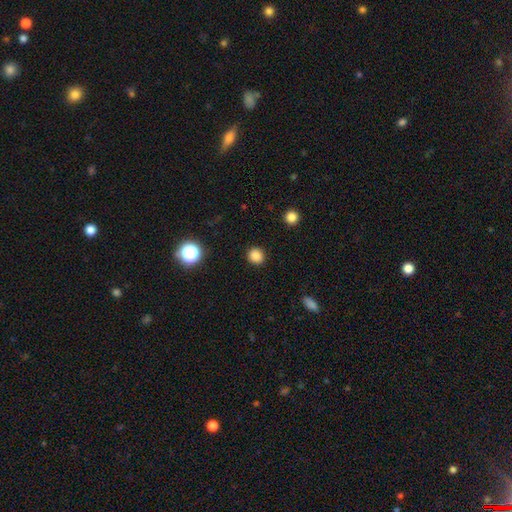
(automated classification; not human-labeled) The model was most divided on "how rounded": round: 84%, in between: 15%, cigar-shaped: 1%. More confident: merging — none (90%); smooth or featured — smooth (85%).